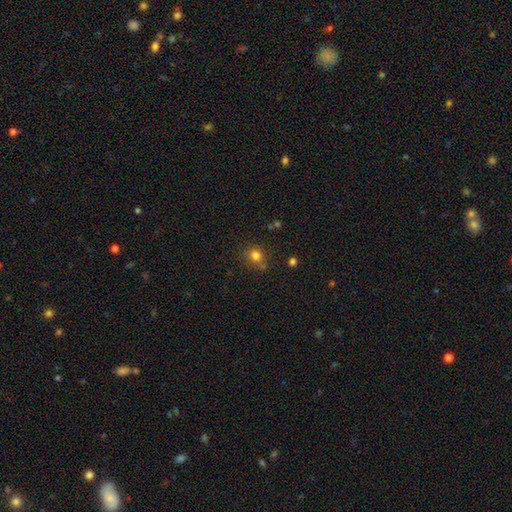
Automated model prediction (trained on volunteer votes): Smooth or featured?
  - smooth: 79% *
  - star or artifact: 14%
  - featured or disk: 7%
How rounded?
  - round: 81% *
  - in between: 18%
  - cigar-shaped: 1%
Merging?
  - none: 72% *
  - minor disturbance: 16%
  - merger: 7%
  - major disturbance: 4%